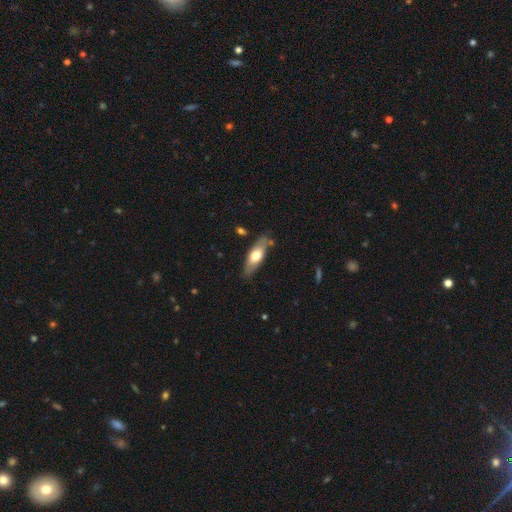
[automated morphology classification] A smooth galaxy with no disk features (58%) that is in between round and cigar-shaped (62%). Merging: none (78%).